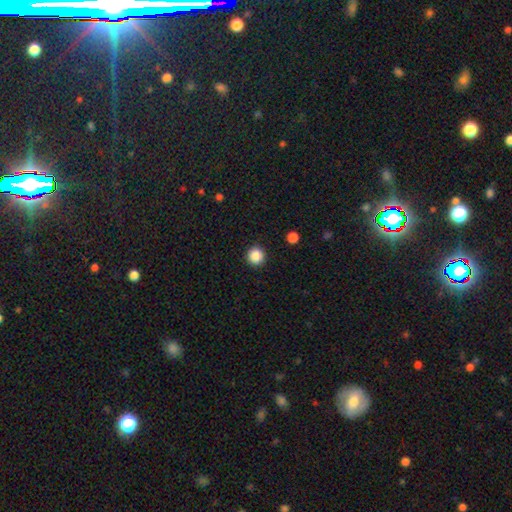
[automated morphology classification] Smooth or featured? Predicted: smooth (p=0.87). How rounded? Predicted: round (p=0.95). Merging? Predicted: none (p=0.92).